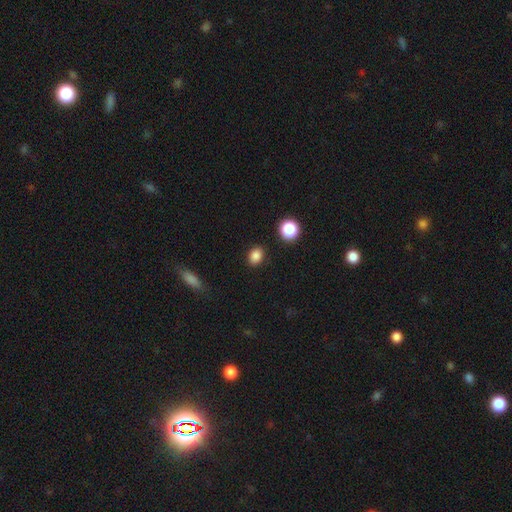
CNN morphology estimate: This is clearly a smooth galaxy (85%). How rounded: possibly in between (58%). Merging: clearly none (88%).